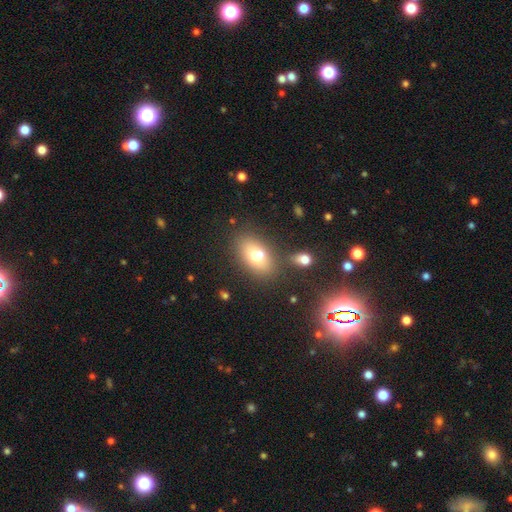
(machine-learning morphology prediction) Smooth or featured? smooth (72%)
How rounded? in between (84%)
Merging? none (70%)